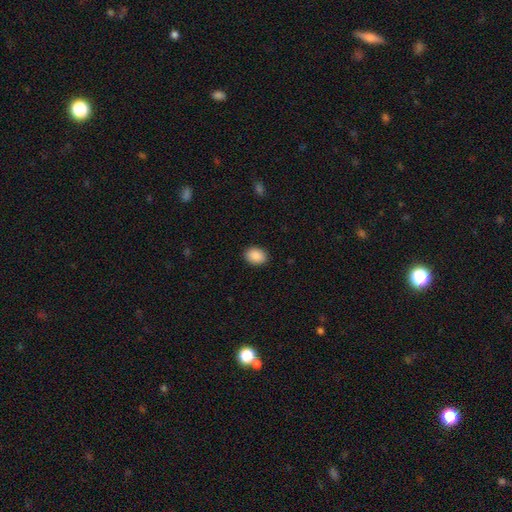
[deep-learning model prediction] smooth-or-featured: smooth: 89% | star or artifact: 8% | featured or disk: 3%
  how-rounded: in between: 67% | round: 32% | cigar-shaped: 1%
  merging: none: 90% | minor disturbance: 7% | major disturbance: 2% | merger: 1%